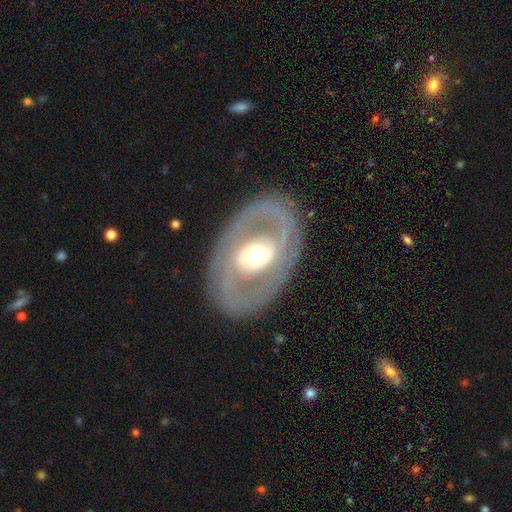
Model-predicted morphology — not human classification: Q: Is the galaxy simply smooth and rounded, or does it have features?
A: featured or disk — 76%.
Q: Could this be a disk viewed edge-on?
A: no — 93%.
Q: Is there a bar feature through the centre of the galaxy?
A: no — 50%.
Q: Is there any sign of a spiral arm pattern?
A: yes — 53%.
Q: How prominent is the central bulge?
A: moderate — 61%.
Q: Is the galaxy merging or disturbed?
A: none — 82%.